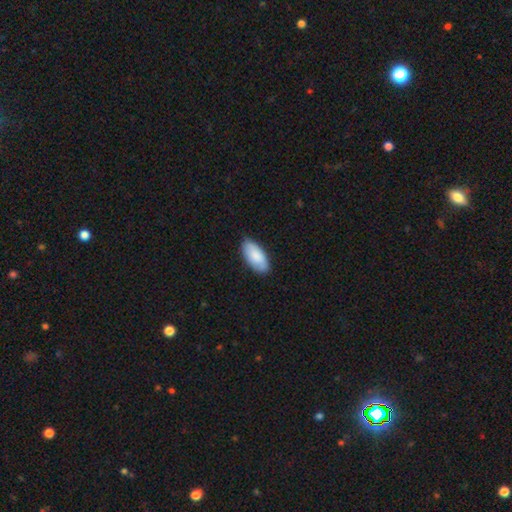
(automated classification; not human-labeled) Overall: smooth (84%). How rounded: in between (93%). Merging: none (84%).